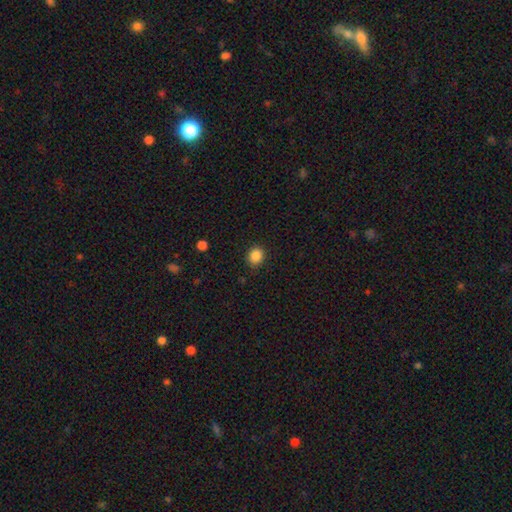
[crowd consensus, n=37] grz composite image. It shows a smooth galaxy with no disk features (92%) that is round (76%). Merging: none (89%).